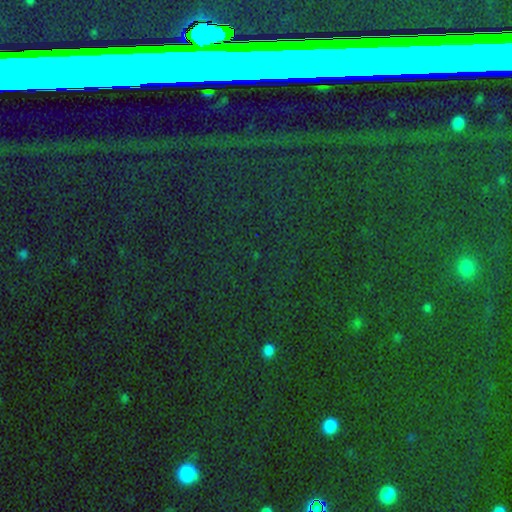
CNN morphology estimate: star or artifact 79%, smooth 11%, featured or disk 10%.